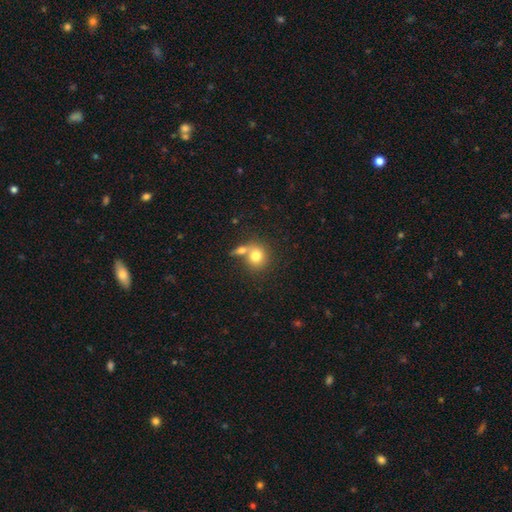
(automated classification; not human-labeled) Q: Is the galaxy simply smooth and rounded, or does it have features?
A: smooth — 78%.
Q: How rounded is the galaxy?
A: round — 79%.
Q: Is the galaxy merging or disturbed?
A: none — 45%.